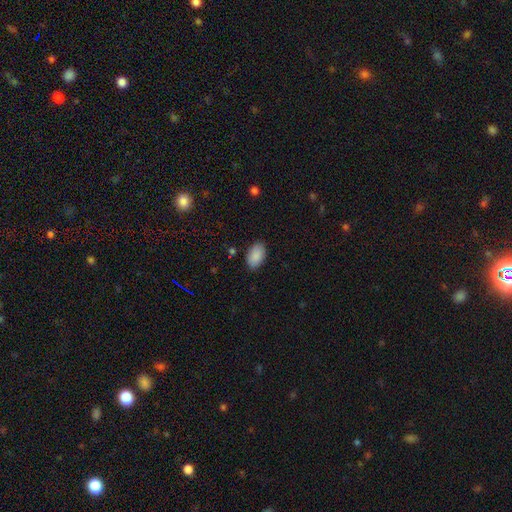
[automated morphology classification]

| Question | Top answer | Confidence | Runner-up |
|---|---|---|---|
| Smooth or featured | smooth | 89% | star or artifact (7%) |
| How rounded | in between | 93% | round (6%) |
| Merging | none | 85% | minor disturbance (11%) |